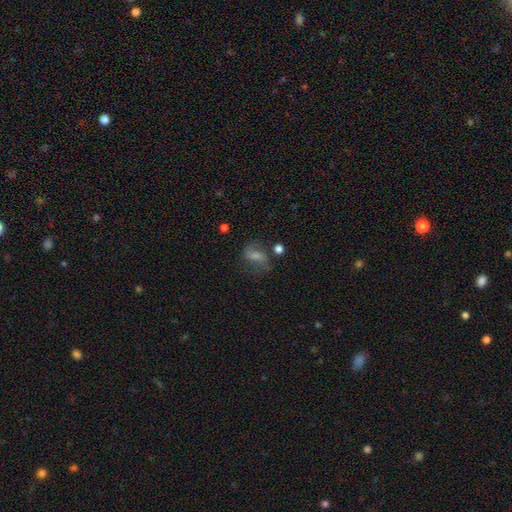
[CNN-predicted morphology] smooth 49%, featured or disk 38%, star or artifact 13%. Down the decision tree: merging — none (52%).